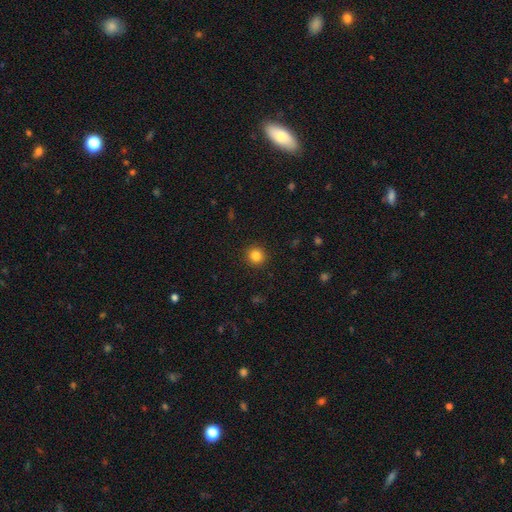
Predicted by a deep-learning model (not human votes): Overall: smooth (83%). How rounded: round (93%). Merging: none (92%).